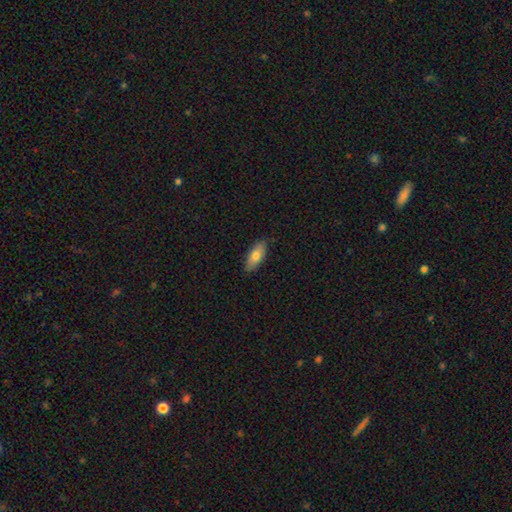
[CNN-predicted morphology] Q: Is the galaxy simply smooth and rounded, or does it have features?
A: smooth — 75%.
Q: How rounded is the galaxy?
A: in between — 83%.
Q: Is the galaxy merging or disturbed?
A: none — 86%.